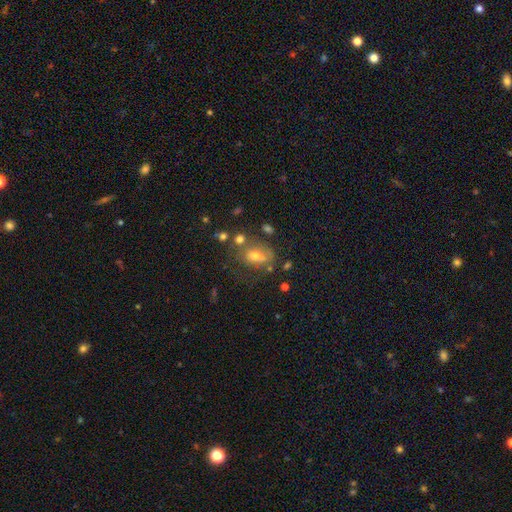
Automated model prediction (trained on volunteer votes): smooth_or_featured: smooth (p=0.52) [alt: featured or disk p=0.31]
how_rounded: in between (p=0.72) [alt: round p=0.24]
merging: none (p=0.52) [alt: minor disturbance p=0.22]